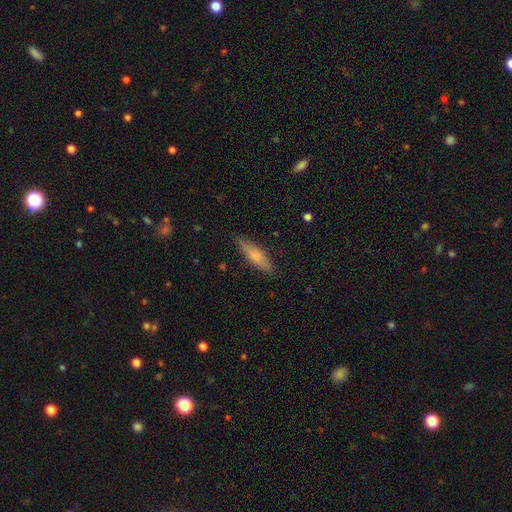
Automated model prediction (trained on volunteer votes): smooth-or-featured: smooth: 62% | featured or disk: 32% | star or artifact: 7%
  how-rounded: cigar-shaped: 71% | in between: 27% | round: 2%
  merging: none: 84% | minor disturbance: 13% | major disturbance: 3% | merger: 1%